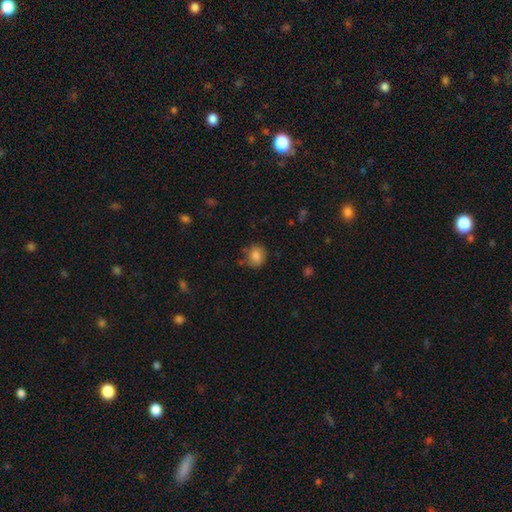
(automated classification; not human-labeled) A smooth galaxy with no disk features (83%) that is round (66%). Merging: none (76%).